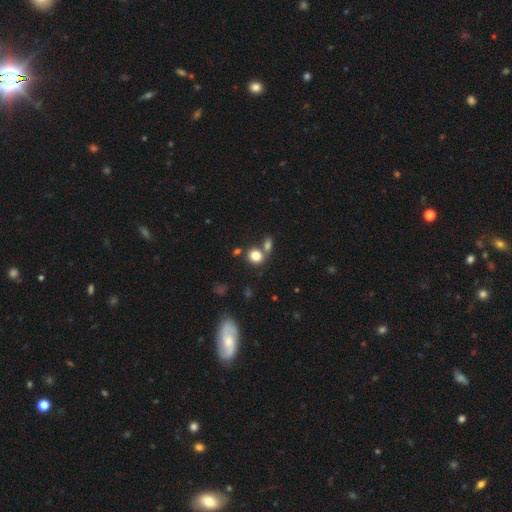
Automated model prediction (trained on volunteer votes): This appears to be a smooth galaxy with no disk features (80%) that is round (68%). Merging: none (54%).